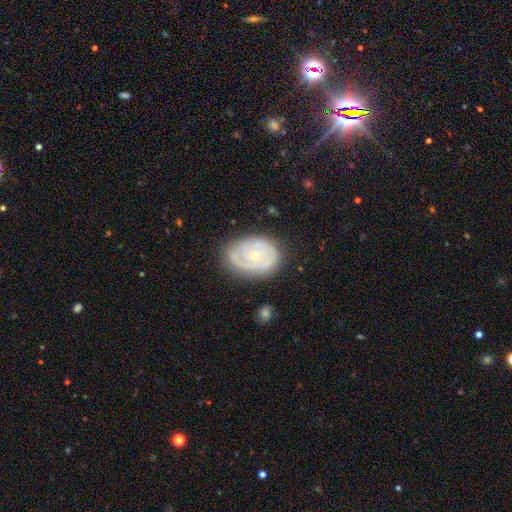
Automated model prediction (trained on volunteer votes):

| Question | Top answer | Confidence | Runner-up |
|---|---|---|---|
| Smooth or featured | featured or disk | 74% | smooth (20%) |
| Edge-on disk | no | 97% | yes (3%) |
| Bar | no | 82% | weak (15%) |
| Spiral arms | yes | 80% | no (20%) |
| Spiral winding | tight | 68% | medium (24%) |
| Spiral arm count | can't tell | 36% | 2 (28%) |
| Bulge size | small | 69% | moderate (27%) |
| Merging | none | 68% | minor disturbance (22%) |